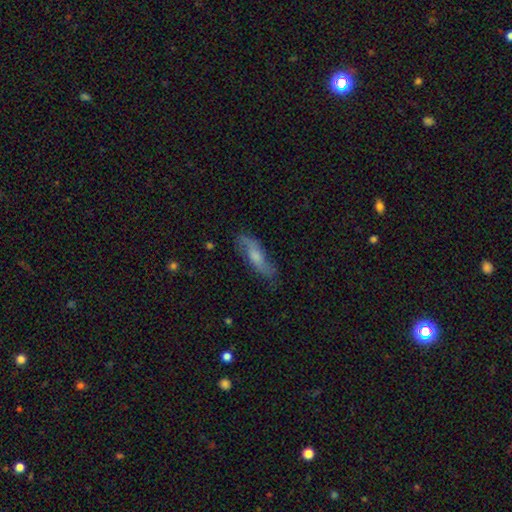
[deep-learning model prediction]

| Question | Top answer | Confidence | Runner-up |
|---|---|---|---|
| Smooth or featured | featured or disk | 53% | smooth (40%) |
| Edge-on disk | no | 69% | yes (31%) |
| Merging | none | 73% | minor disturbance (19%) |